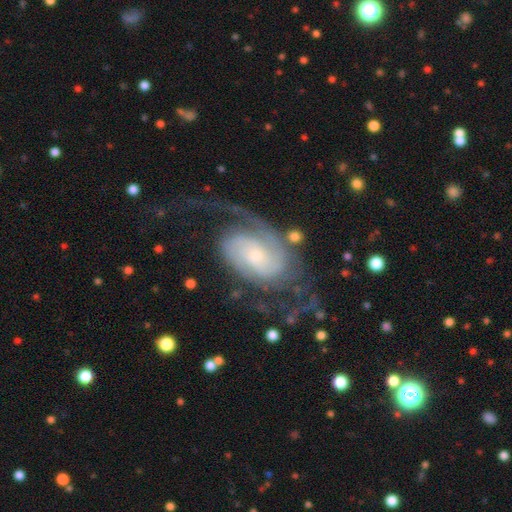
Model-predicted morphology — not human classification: Smooth or featured: featured or disk — 88% (smooth — 7%)
Edge-on disk: no — 97% (yes — 3%)
Bar: no — 60% (weak — 31%)
Spiral arms: yes — 97% (no — 3%)
Spiral winding: medium — 40% (tight — 36%)
Spiral arm count: 2 — 68% (can't tell — 11%)
Bulge size: small — 62% (moderate — 25%)
Merging: none — 57% (major disturbance — 25%)